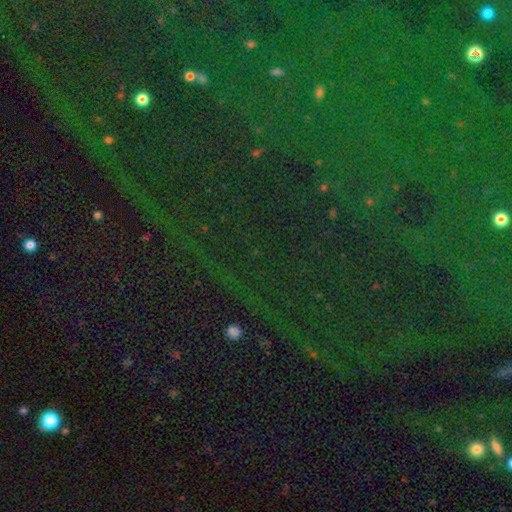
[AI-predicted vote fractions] Smooth or featured? Predicted: star or artifact (p=0.83).